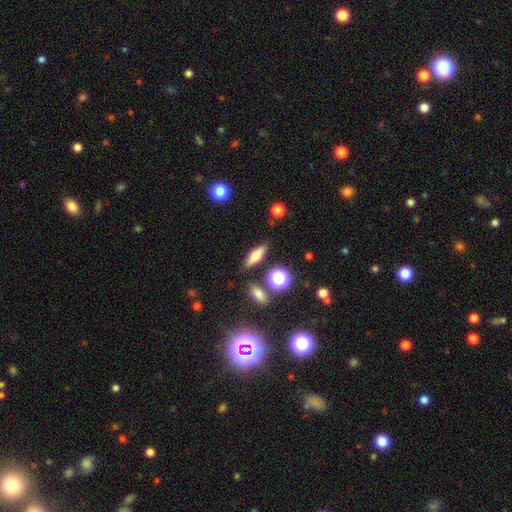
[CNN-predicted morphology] smooth 56%, featured or disk 33%, star or artifact 11%. Down the decision tree: how rounded — in between (47%); merging — none (82%).